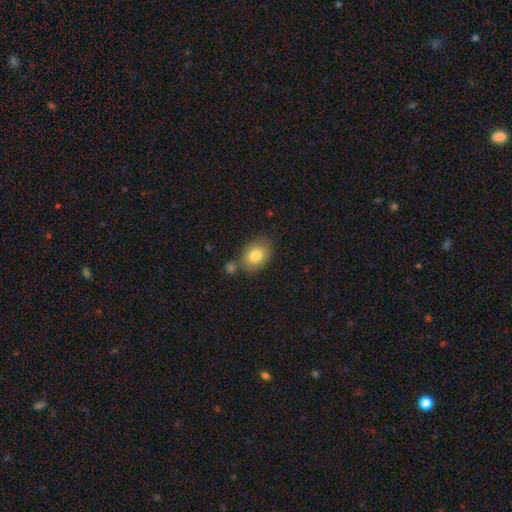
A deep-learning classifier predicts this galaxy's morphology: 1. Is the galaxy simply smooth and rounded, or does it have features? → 81% smooth, 12% featured or disk, 8% star or artifact.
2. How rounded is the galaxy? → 68% in between, 31% round, 1% cigar-shaped.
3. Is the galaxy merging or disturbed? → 64% none, 16% minor disturbance, 15% merger, 5% major disturbance.